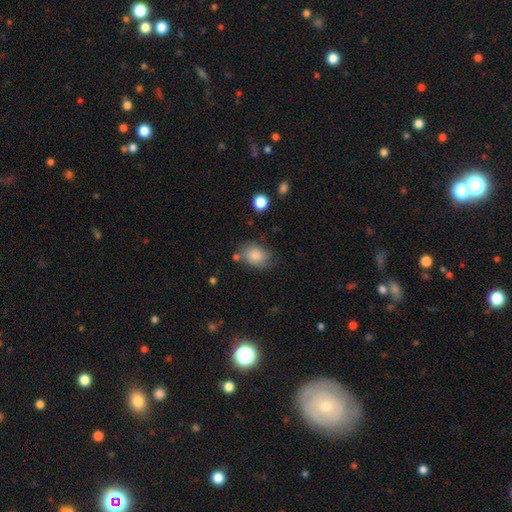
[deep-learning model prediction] This is clearly a smooth galaxy (80%). How rounded: likely in between (69%). Merging: likely none (62%).